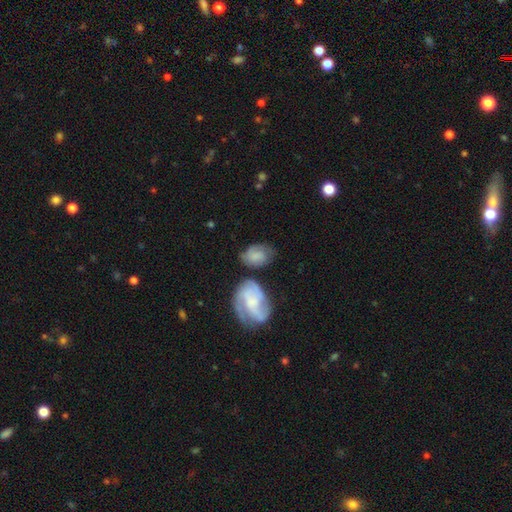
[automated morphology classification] type=smooth (56%); roundness=in between (79%); merging=none (51%).